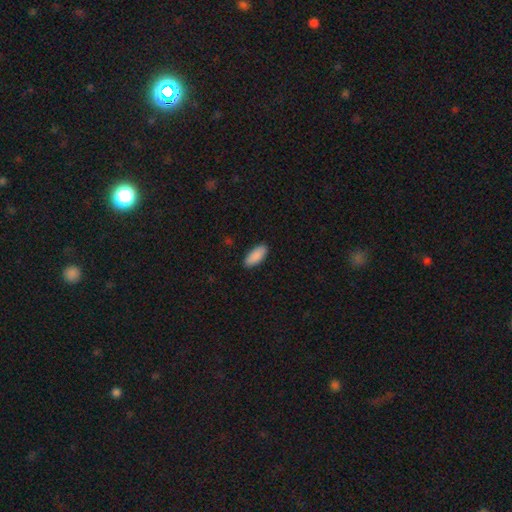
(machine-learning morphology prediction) smooth 90%, star or artifact 6%, featured or disk 4%. Down the decision tree: how rounded — in between (85%); merging — none (89%).